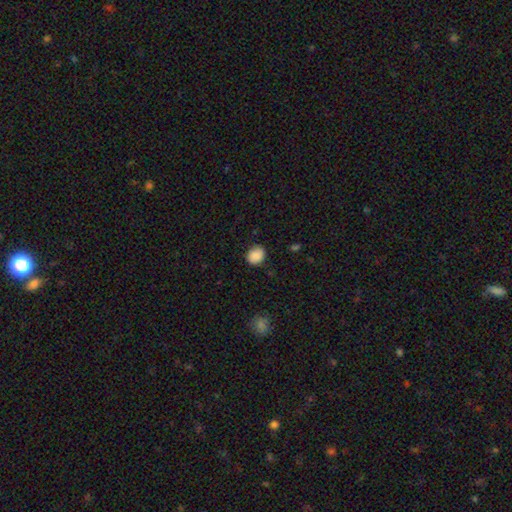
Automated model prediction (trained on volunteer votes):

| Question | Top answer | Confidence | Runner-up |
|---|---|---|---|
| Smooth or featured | smooth | 86% | star or artifact (8%) |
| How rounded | round | 69% | in between (30%) |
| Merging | none | 81% | minor disturbance (15%) |